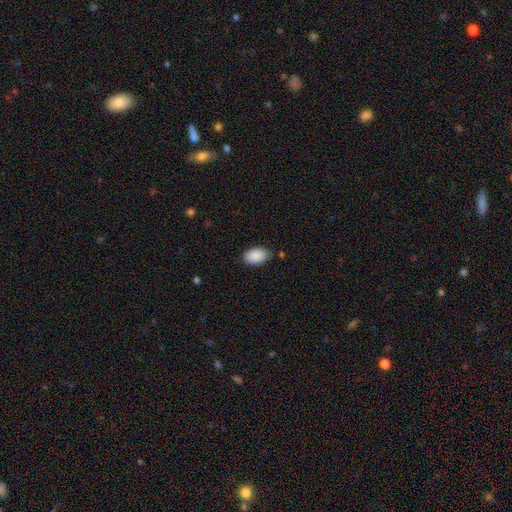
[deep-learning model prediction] smooth-or-featured: smooth: 90% | star or artifact: 6% | featured or disk: 4%
  how-rounded: in between: 94% | round: 5% | cigar-shaped: 1%
  merging: none: 81% | minor disturbance: 14% | major disturbance: 3% | merger: 2%